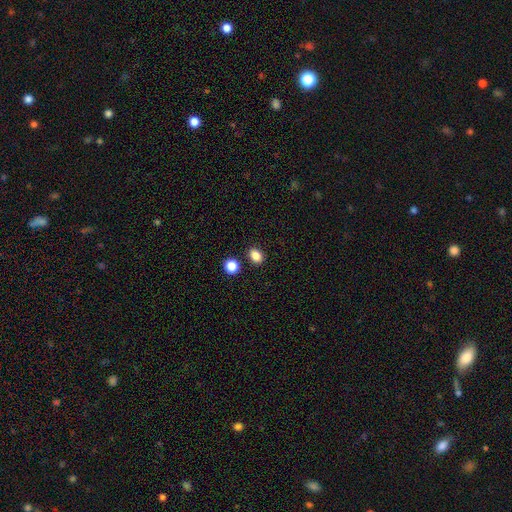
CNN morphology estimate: The model was most divided on "how rounded": in between: 61%, round: 37%, cigar-shaped: 1%. More confident: merging — none (85%); smooth or featured — smooth (84%).